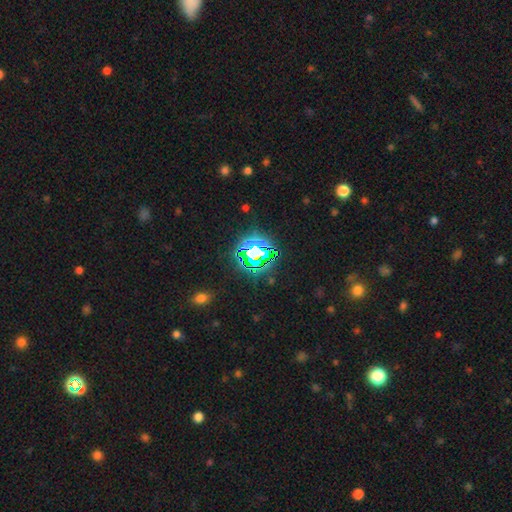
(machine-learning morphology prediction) A star or artifact, not a galaxy (76%).